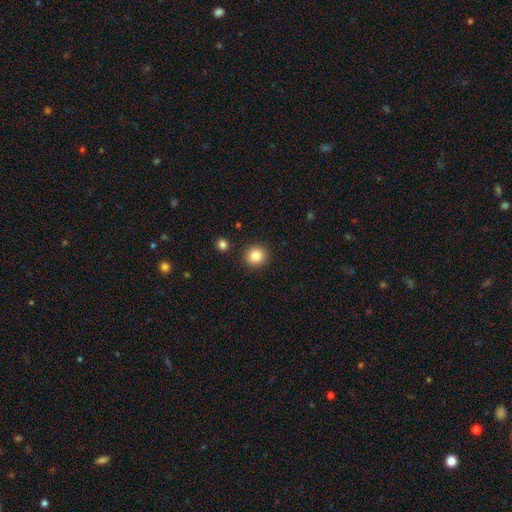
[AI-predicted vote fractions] A smooth galaxy with no disk features (85%) that is round (89%). Merging: none (90%).